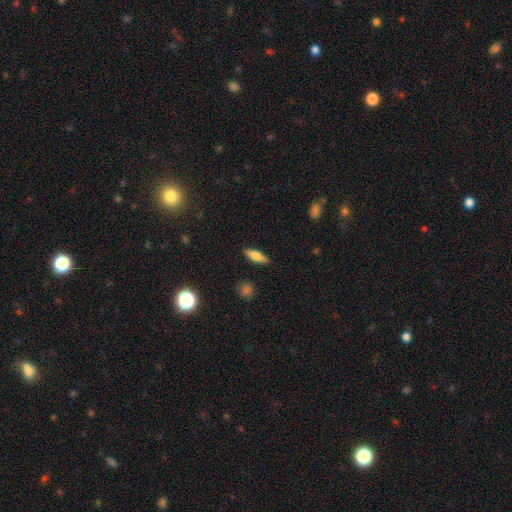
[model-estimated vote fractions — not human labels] smooth_or_featured: smooth (p=0.72) [alt: featured or disk p=0.20]
how_rounded: cigar-shaped (p=0.50) [alt: in between p=0.48]
merging: none (p=0.88) [alt: minor disturbance p=0.09]